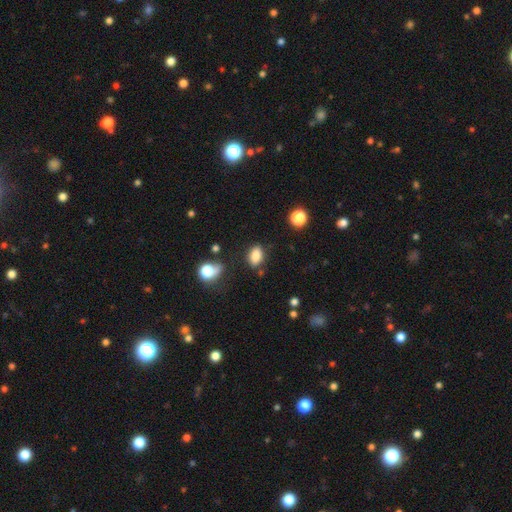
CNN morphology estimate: The model was most divided on "merging": none: 79%, minor disturbance: 14%, major disturbance: 4%, merger: 4%. More confident: how rounded — in between (83%); smooth or featured — smooth (83%).